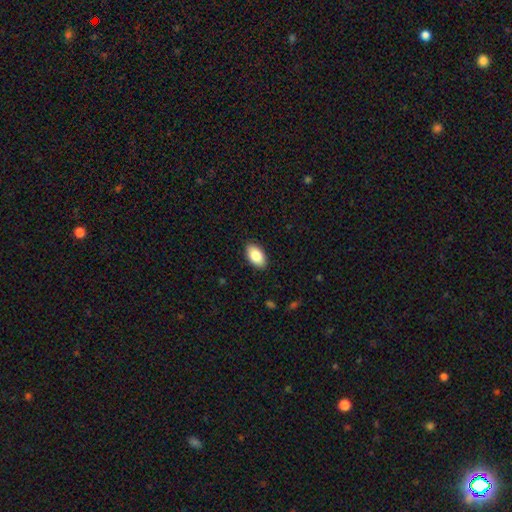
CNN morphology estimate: Smooth or featured?
  - smooth: 85% *
  - featured or disk: 8%
  - star or artifact: 7%
How rounded?
  - in between: 94% *
  - round: 5%
  - cigar-shaped: 2%
Merging?
  - none: 89% *
  - minor disturbance: 8%
  - major disturbance: 2%
  - merger: 1%